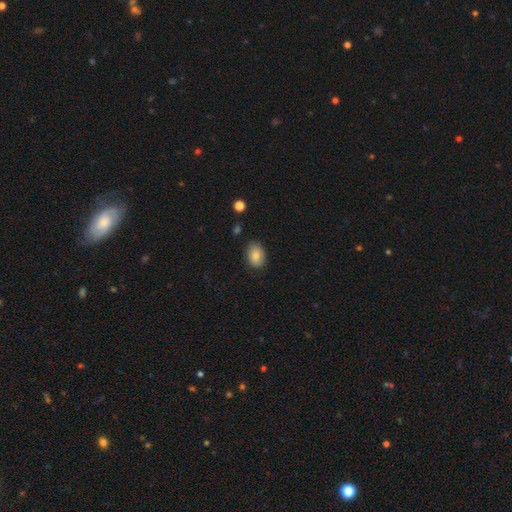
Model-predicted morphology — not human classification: The model was most divided on "how rounded": in between: 80%, round: 19%, cigar-shaped: 1%. More confident: smooth or featured — smooth (85%); merging — none (82%).